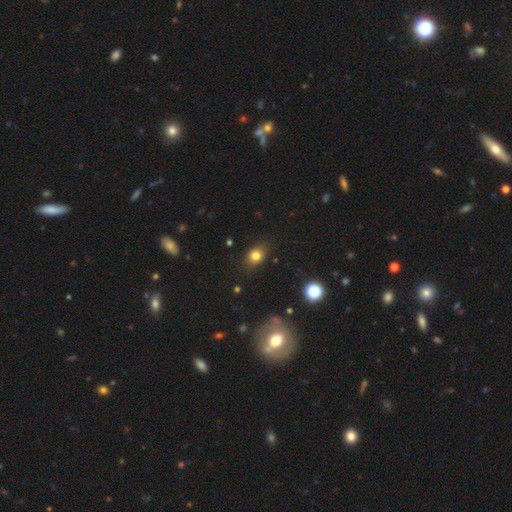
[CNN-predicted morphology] smooth-or-featured: smooth: 79% | star or artifact: 13% | featured or disk: 8%
  how-rounded: in between: 54% | round: 45% | cigar-shaped: 2%
  merging: none: 82% | minor disturbance: 13% | major disturbance: 3% | merger: 1%